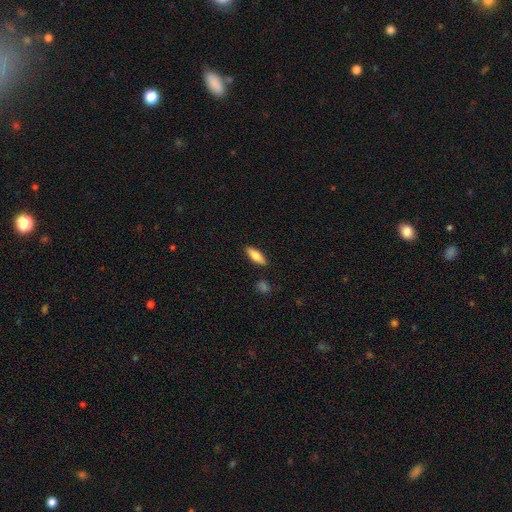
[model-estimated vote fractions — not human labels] This appears to be a smooth galaxy with no disk features (73%) that is in between round and cigar-shaped (62%). Merging: none (88%).